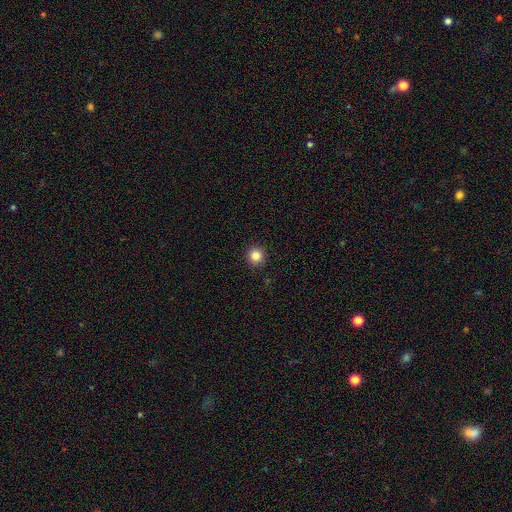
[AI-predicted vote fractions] A smooth galaxy with no disk features (85%) that is round (95%). Merging: none (93%).